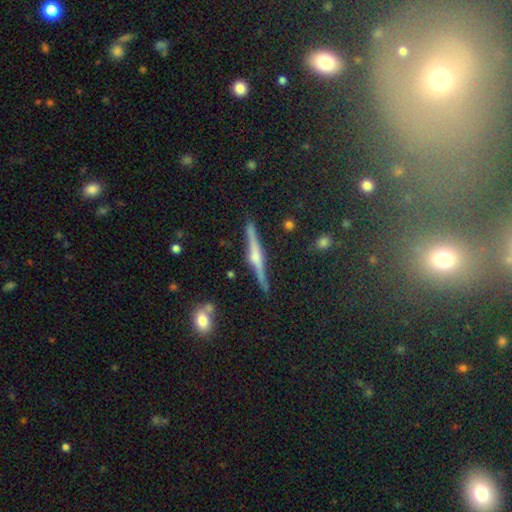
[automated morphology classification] Smooth or featured? featured or disk (76%)
Edge-on disk? yes (98%)
Edge-on bulge? rounded (79%)
Merging? none (89%)